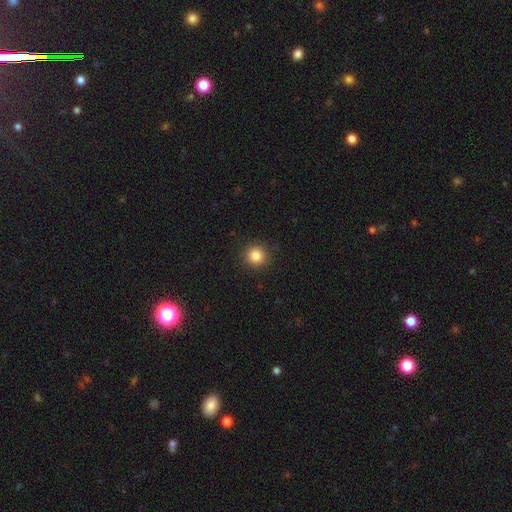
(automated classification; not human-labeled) This is clearly a smooth galaxy (84%). How rounded: clearly round (94%). Merging: clearly none (92%).